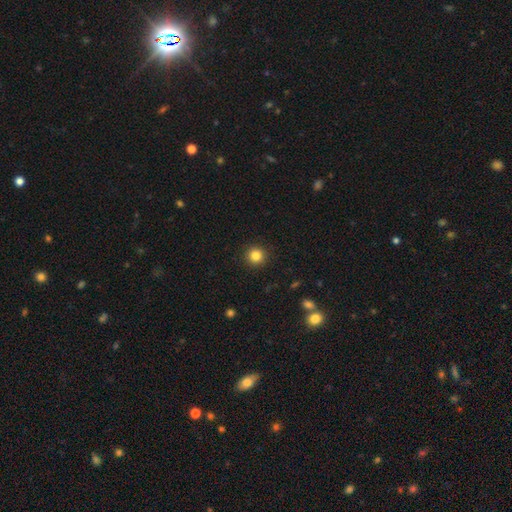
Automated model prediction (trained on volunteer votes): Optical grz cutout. It shows a smooth galaxy with no disk features (84%) that is round (95%). Merging: none (92%).